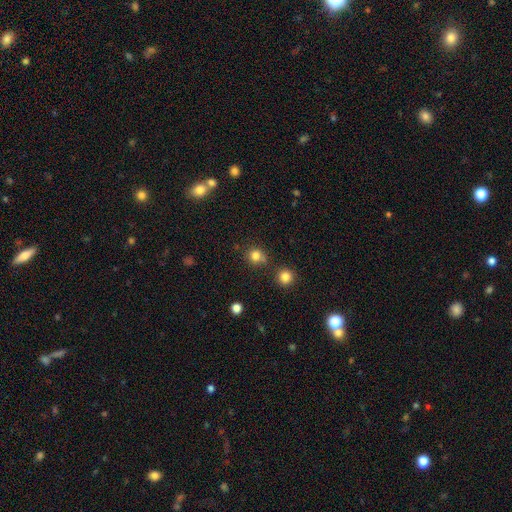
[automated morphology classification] smooth 80%, star or artifact 14%, featured or disk 6%. Down the decision tree: how rounded — round (86%); merging — none (70%).